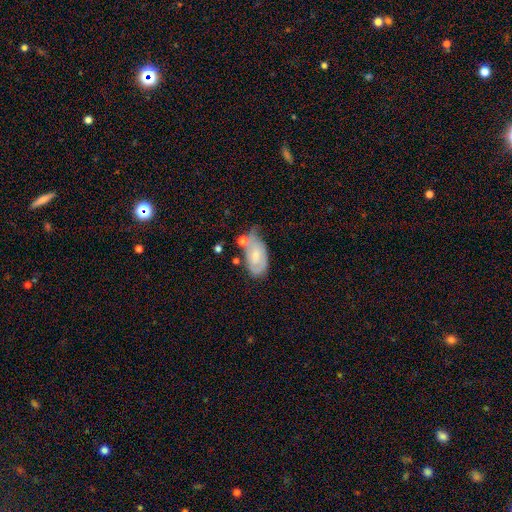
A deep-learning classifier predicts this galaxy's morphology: Smooth or featured? Predicted: featured or disk (p=0.48). Merging? Predicted: minor disturbance (p=0.35).